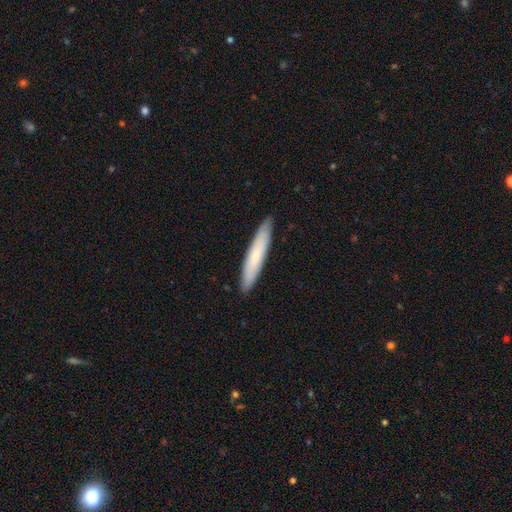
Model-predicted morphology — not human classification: Smooth or featured?
  - smooth: 69% *
  - featured or disk: 26%
  - star or artifact: 5%
How rounded?
  - cigar-shaped: 91% *
  - in between: 8%
  - round: 1%
Merging?
  - none: 91% *
  - minor disturbance: 7%
  - major disturbance: 1%
  - merger: 1%